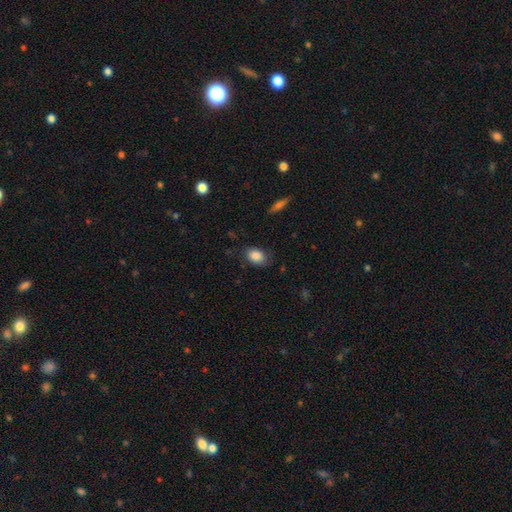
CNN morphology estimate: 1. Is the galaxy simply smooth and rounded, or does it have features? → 85% smooth, 8% star or artifact, 7% featured or disk.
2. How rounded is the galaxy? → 78% in between, 20% round, 1% cigar-shaped.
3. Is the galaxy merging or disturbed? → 72% none, 21% minor disturbance, 5% major disturbance, 1% merger.